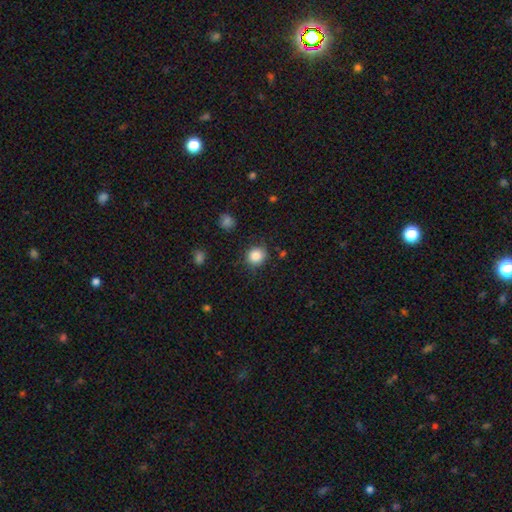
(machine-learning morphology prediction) Smooth or featured? Predicted: smooth (p=0.86). How rounded? Predicted: round (p=0.83). Merging? Predicted: none (p=0.83).